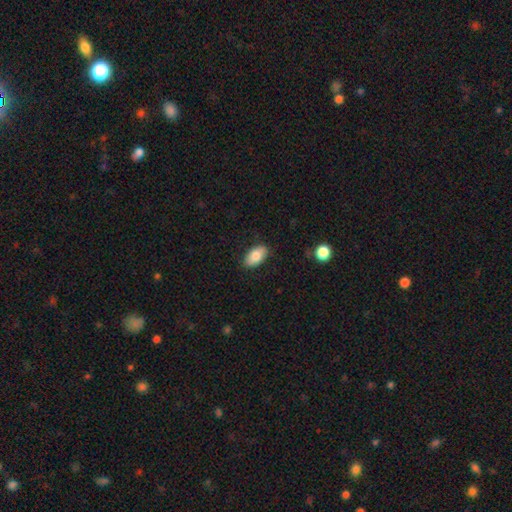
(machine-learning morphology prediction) Smooth or featured: smooth — 80% (featured or disk — 13%)
How rounded: in between — 93% (round — 4%)
Merging: none — 86% (minor disturbance — 11%)